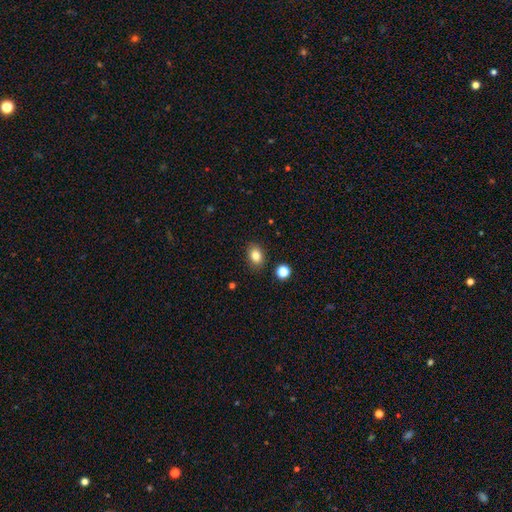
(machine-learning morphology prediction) smooth-or-featured: smooth: 83% | star or artifact: 10% | featured or disk: 7%
  how-rounded: in between: 72% | round: 27% | cigar-shaped: 1%
  merging: none: 86% | minor disturbance: 9% | major disturbance: 2% | merger: 2%